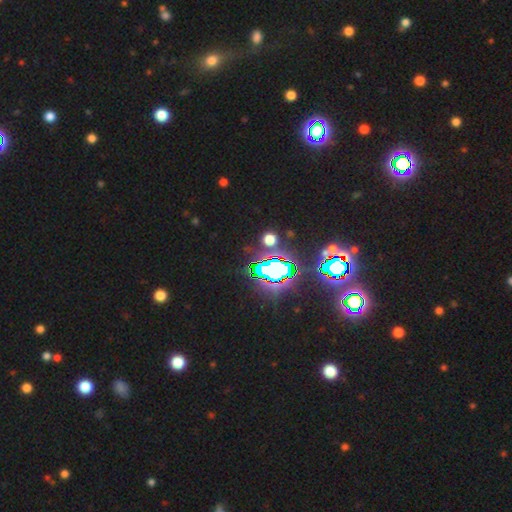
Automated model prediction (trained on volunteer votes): This appears to be a star or artifact, not a galaxy (82%).